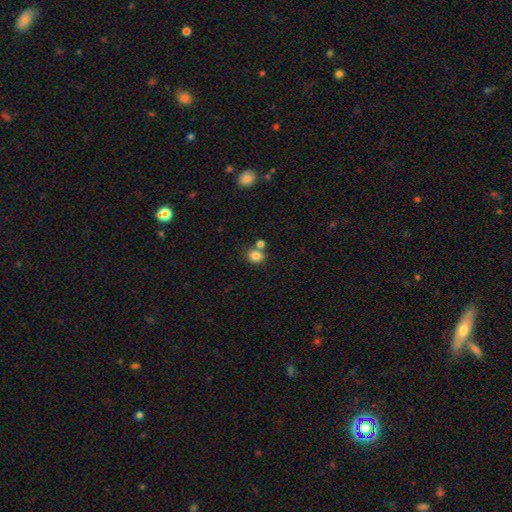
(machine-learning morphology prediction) A smooth galaxy with no disk features (83%) that is round (60%). Merging: none (59%).